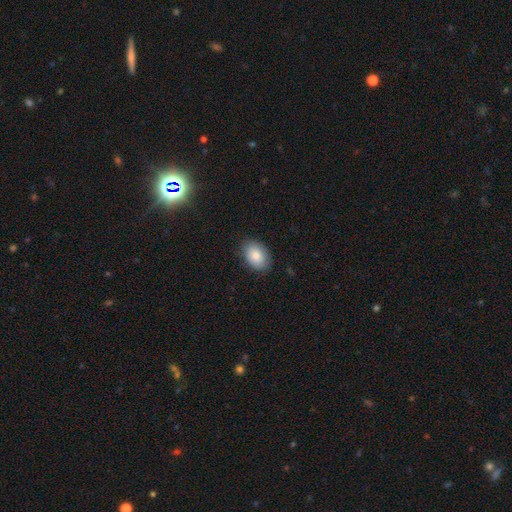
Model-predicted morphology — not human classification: Smooth or featured? Predicted: smooth (p=0.85). How rounded? Predicted: in between (p=0.86). Merging? Predicted: none (p=0.84).